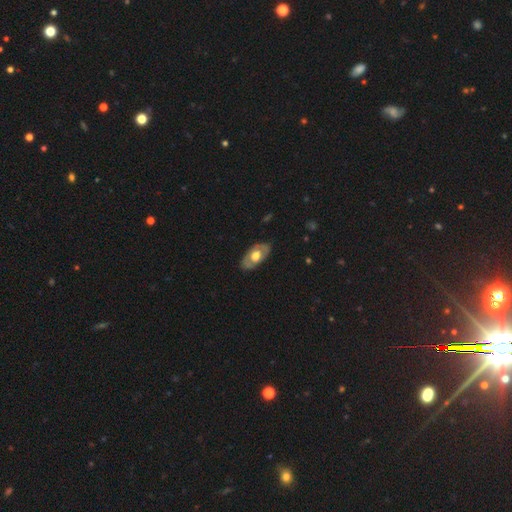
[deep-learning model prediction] Smooth or featured? featured or disk (54%)
Edge-on disk? no (85%)
Merging? none (82%)